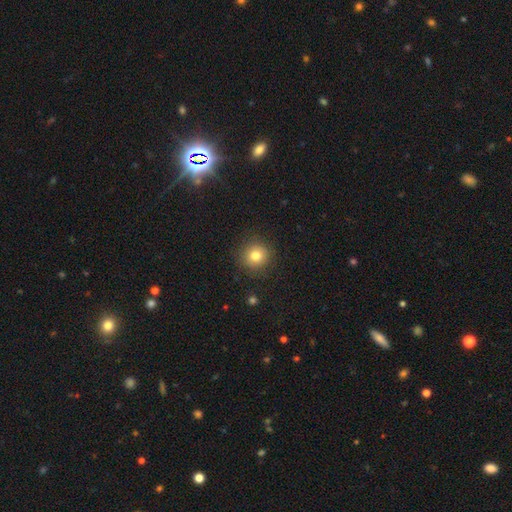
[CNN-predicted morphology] Smooth or featured: smooth — 80% (star or artifact — 12%)
How rounded: round — 92% (in between — 7%)
Merging: none — 89% (minor disturbance — 7%)